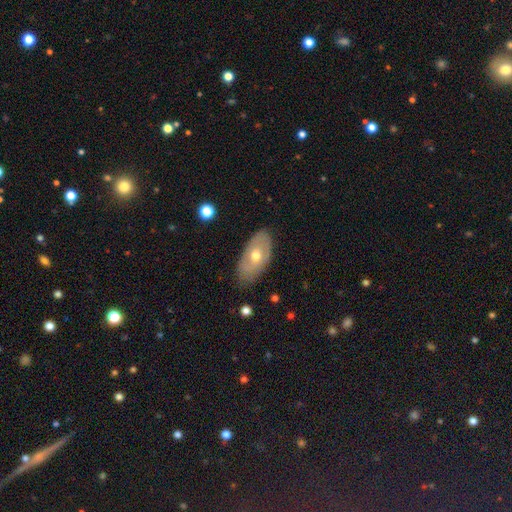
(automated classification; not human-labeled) Q: Smooth or featured?
A: featured or disk (48%); runner-up: smooth (45%)
Q: Merging?
A: none (79%); runner-up: minor disturbance (16%)